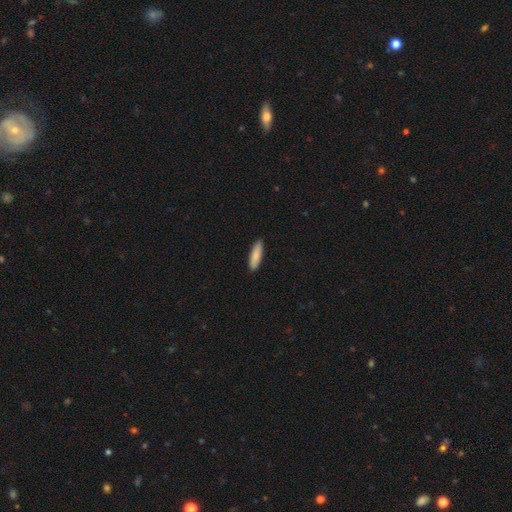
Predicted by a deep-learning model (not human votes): Smooth or featured: smooth — 87% (featured or disk — 8%)
How rounded: cigar-shaped — 69% (in between — 29%)
Merging: none — 90% (minor disturbance — 7%)